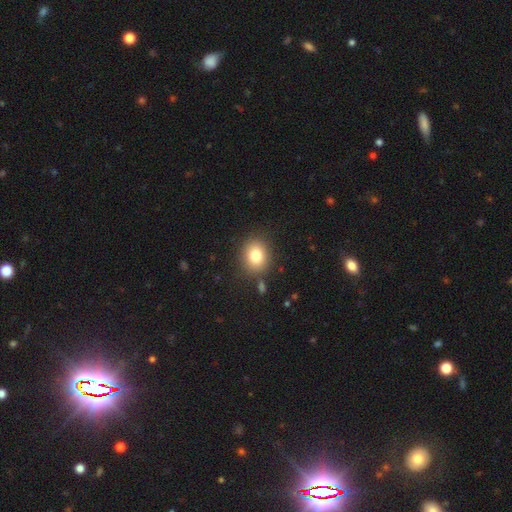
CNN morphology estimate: Overall: smooth (80%). How rounded: round (63%; in between 36%). Merging: none (85%).